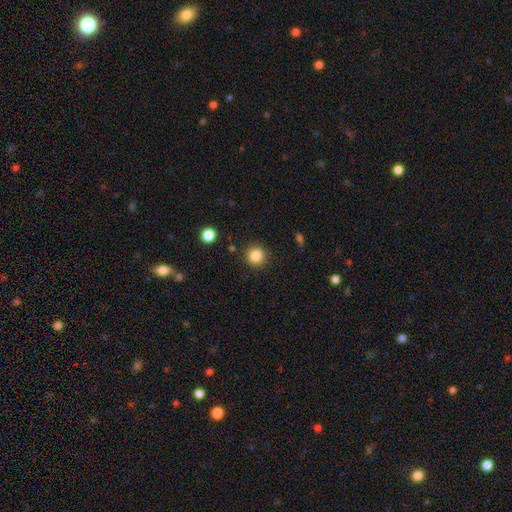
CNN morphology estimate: type=smooth (84%); roundness=round (94%); merging=none (90%).